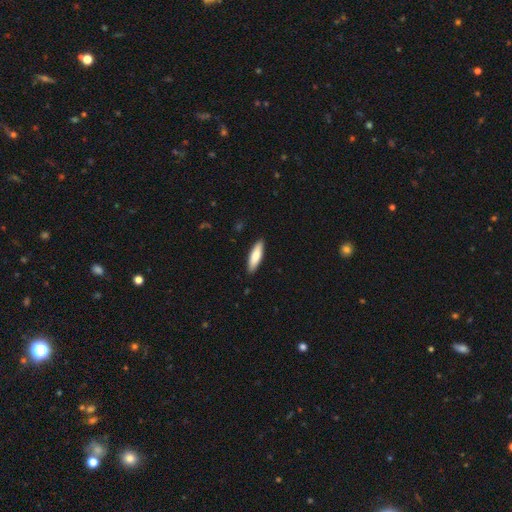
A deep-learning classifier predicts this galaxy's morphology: A smooth galaxy with no disk features (80%) that is cigar-shaped (60%).

Vote fractions:
- Smooth or featured? smooth: 80% / featured or disk: 16% / star or artifact: 5%
- How rounded? cigar-shaped: 60% / in between: 39% / round: 1%
- Merging? none: 89% / minor disturbance: 8% / major disturbance: 2% / merger: 1%